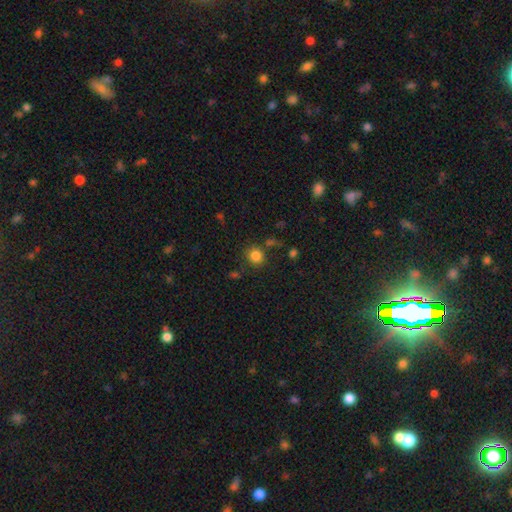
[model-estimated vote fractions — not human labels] smooth-or-featured: smooth: 83% | star or artifact: 12% | featured or disk: 5%
  how-rounded: round: 83% | in between: 16% | cigar-shaped: 1%
  merging: none: 79% | minor disturbance: 10% | merger: 6% | major disturbance: 4%